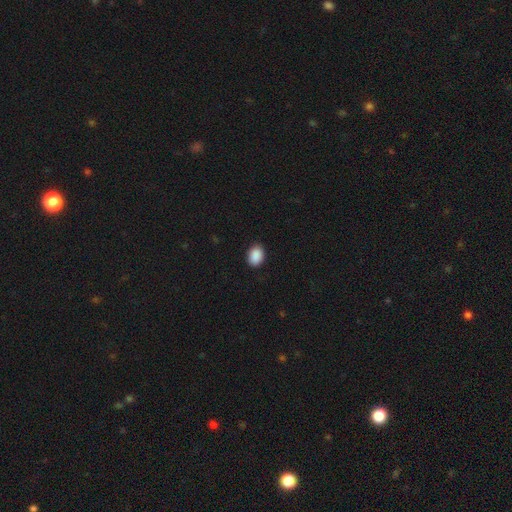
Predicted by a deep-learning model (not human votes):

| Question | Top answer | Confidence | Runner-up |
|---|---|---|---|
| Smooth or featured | smooth | 90% | star or artifact (7%) |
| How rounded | in between | 74% | round (25%) |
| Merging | none | 88% | minor disturbance (9%) |